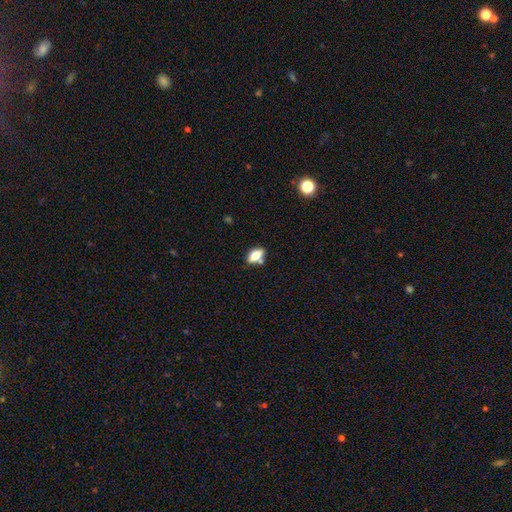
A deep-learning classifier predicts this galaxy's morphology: A smooth galaxy with no disk features (71%) that is in between round and cigar-shaped (84%). Merging: none (67%).